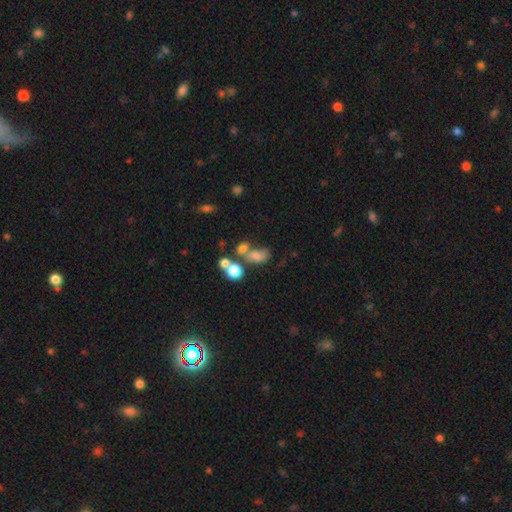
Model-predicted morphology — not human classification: Smooth or featured? Predicted: smooth (p=0.68). How rounded? Predicted: in between (p=0.72). Merging? Predicted: merger (p=0.38).